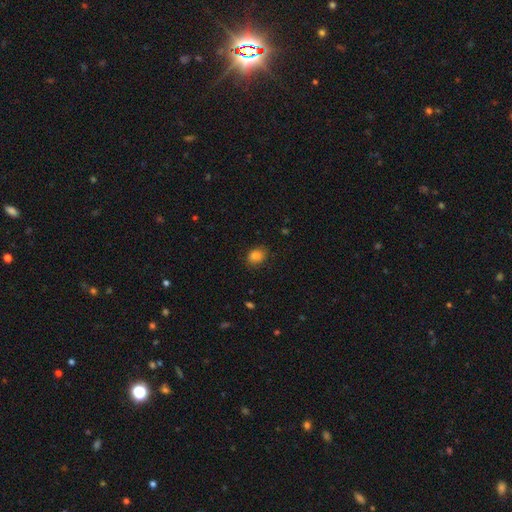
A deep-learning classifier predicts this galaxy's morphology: Smooth or featured? smooth (85%)
How rounded? in between (64%)
Merging? none (81%)